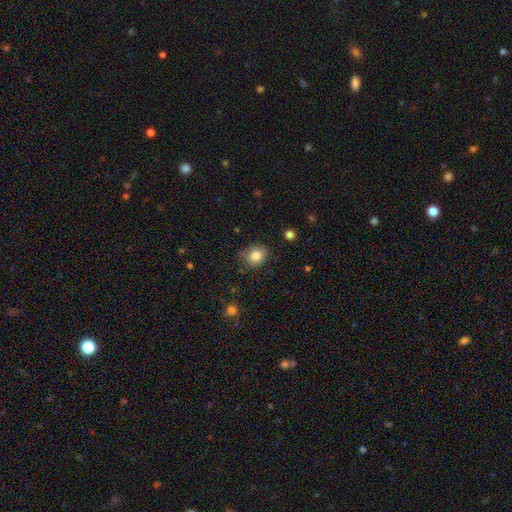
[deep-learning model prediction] Smooth or featured?
  - smooth: 82% *
  - star or artifact: 10%
  - featured or disk: 8%
How rounded?
  - round: 67% *
  - in between: 32%
  - cigar-shaped: 1%
Merging?
  - none: 75% *
  - minor disturbance: 20%
  - major disturbance: 4%
  - merger: 2%